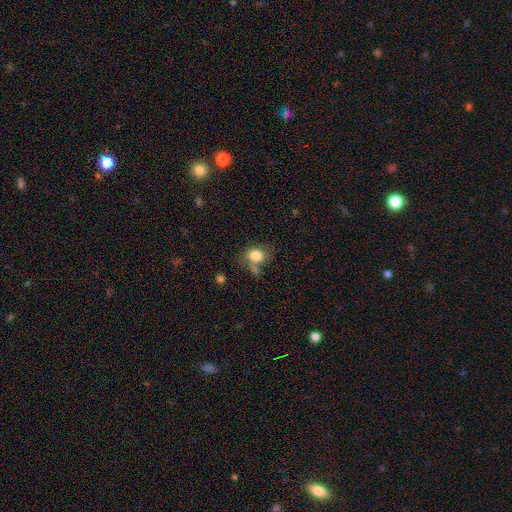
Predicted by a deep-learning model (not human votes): smooth-or-featured: smooth: 80% | featured or disk: 10% | star or artifact: 9%
  how-rounded: in between: 56% | round: 43% | cigar-shaped: 1%
  merging: none: 49% | minor disturbance: 22% | merger: 18% | major disturbance: 11%